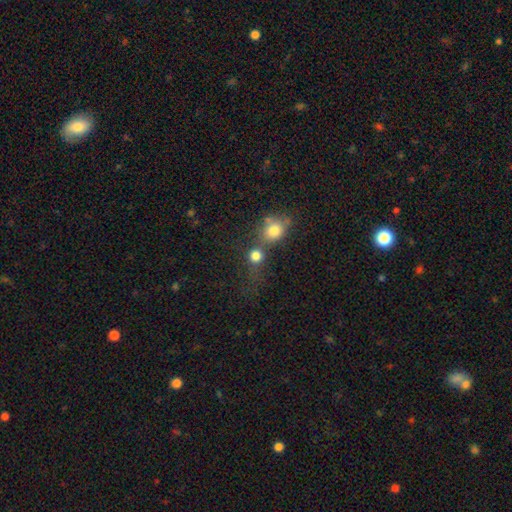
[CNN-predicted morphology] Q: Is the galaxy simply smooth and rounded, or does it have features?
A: smooth — 78%.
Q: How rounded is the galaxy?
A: round — 83%.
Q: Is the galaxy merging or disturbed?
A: none — 46%.